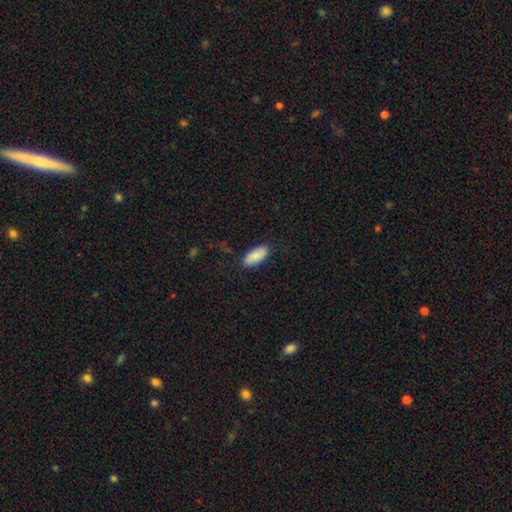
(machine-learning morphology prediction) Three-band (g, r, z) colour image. It shows a smooth galaxy with no disk features (88%) that is in between round and cigar-shaped (86%). Merging: none (86%).